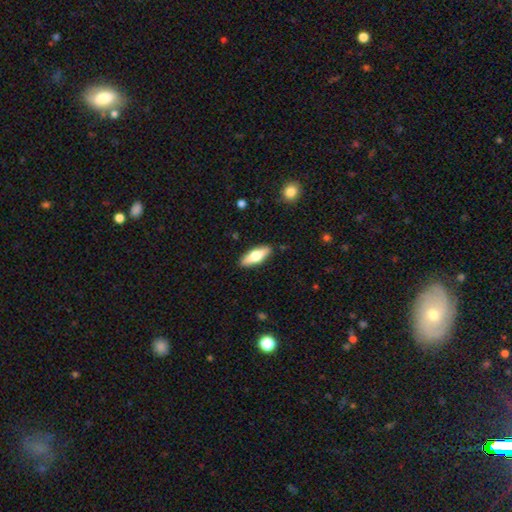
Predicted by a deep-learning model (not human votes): smooth 59%, featured or disk 35%, star or artifact 6%. Down the decision tree: how rounded — in between (62%); merging — none (89%).